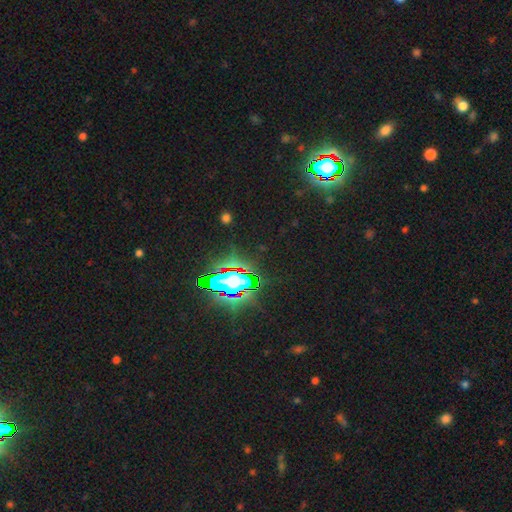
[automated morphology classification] Q: Smooth or featured?
A: star or artifact (84%); runner-up: smooth (9%)